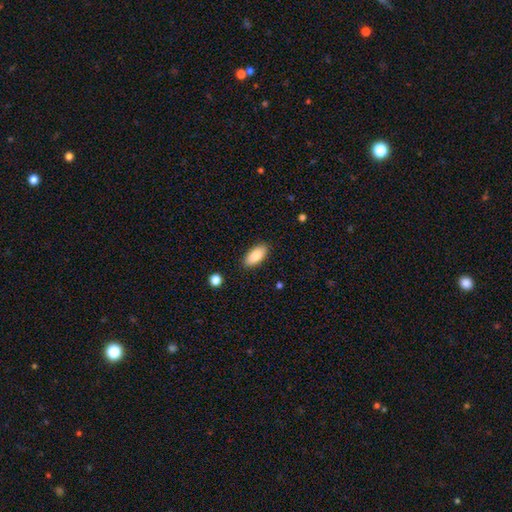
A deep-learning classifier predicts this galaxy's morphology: Smooth or featured?
  - smooth: 88% *
  - star or artifact: 6%
  - featured or disk: 6%
How rounded?
  - in between: 90% *
  - cigar-shaped: 8%
  - round: 2%
Merging?
  - none: 88% *
  - minor disturbance: 8%
  - major disturbance: 2%
  - merger: 1%